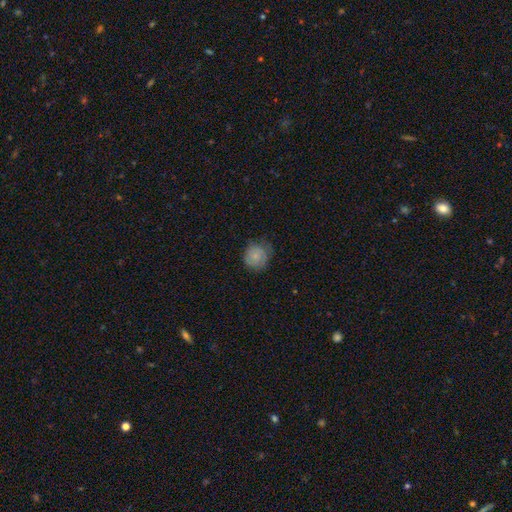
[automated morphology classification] A smooth galaxy with no disk features (73%) that is round (84%). Merging: none (64%).